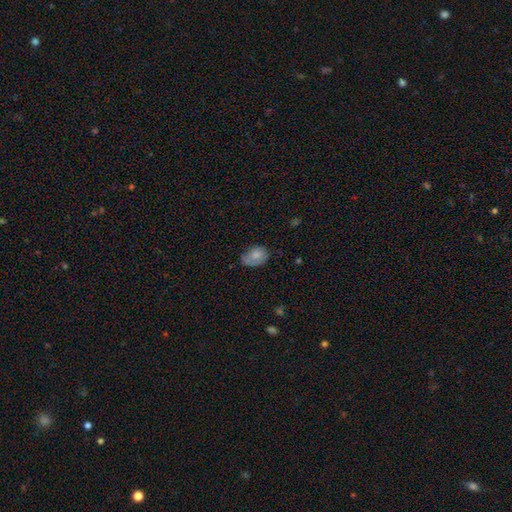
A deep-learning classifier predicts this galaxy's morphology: Smooth or featured?
  - smooth: 68% *
  - featured or disk: 24%
  - star or artifact: 8%
How rounded?
  - in between: 77% *
  - round: 22%
  - cigar-shaped: 1%
Merging?
  - none: 47% *
  - minor disturbance: 34%
  - major disturbance: 17%
  - merger: 2%